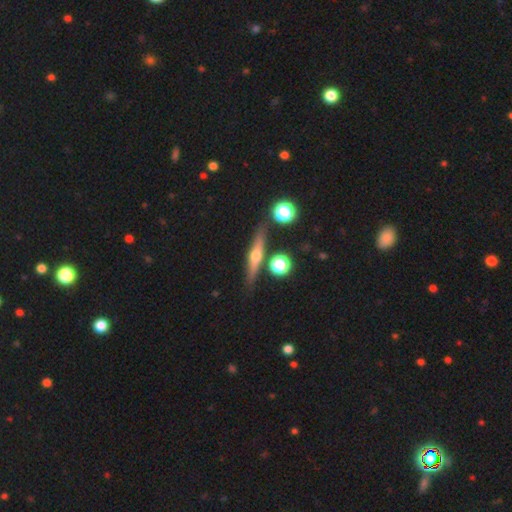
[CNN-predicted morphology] This is likely a featured or disk galaxy (63%). It is clearly viewed edge-on (95%). Edge-on bulge: clearly rounded (92%). Merging: clearly none (83%).